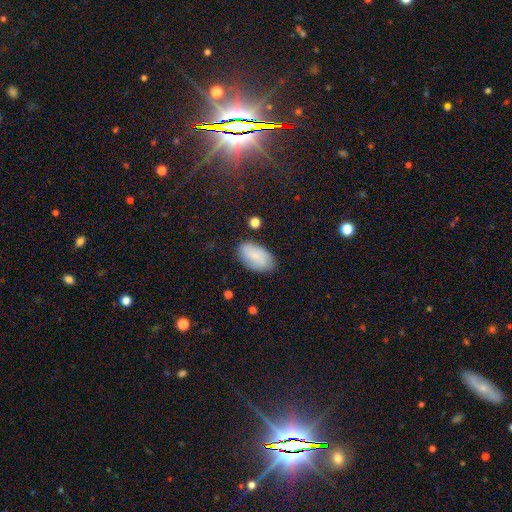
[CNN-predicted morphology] This appears to be a smooth galaxy with no disk features (69%) that is in between round and cigar-shaped (93%). Merging: none (79%).